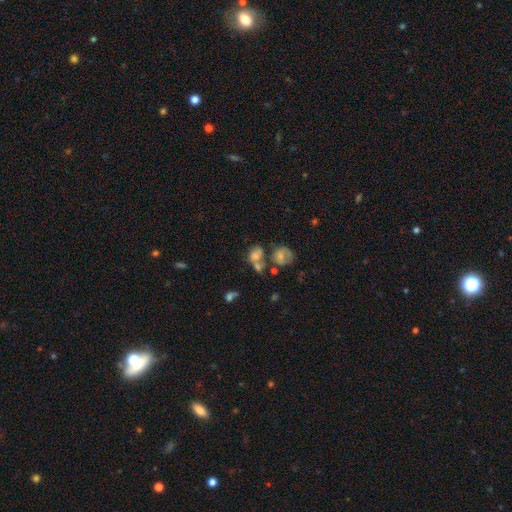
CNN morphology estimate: This appears to be a smooth galaxy with no disk features (64%) that is in between round and cigar-shaped (57%). Merging: merger (45%).